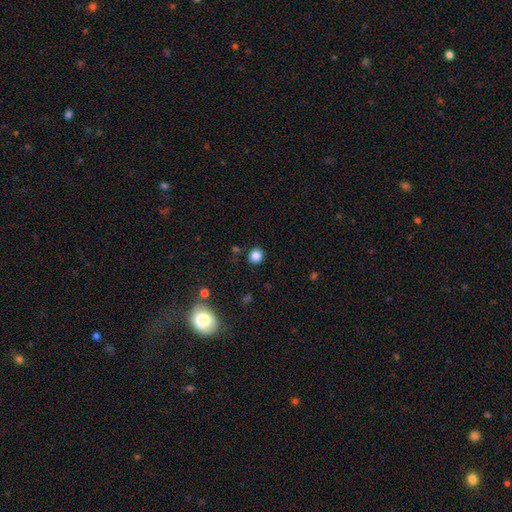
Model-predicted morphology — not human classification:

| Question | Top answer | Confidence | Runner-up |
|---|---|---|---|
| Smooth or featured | smooth | 84% | star or artifact (12%) |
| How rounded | round | 88% | in between (11%) |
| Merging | none | 89% | minor disturbance (7%) |